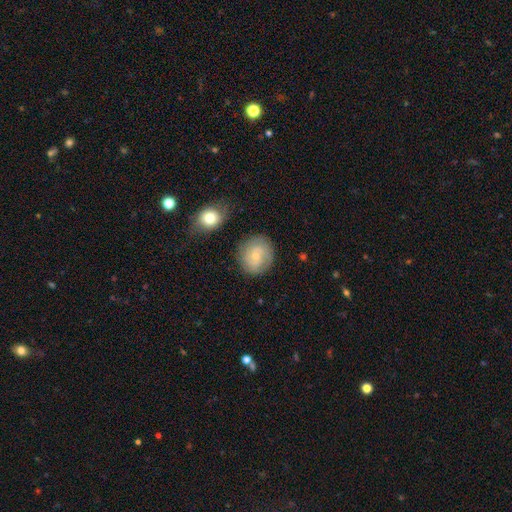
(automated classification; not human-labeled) smooth_or_featured: featured or disk (p=0.50) [alt: smooth p=0.42]
disk_edge_on: no (p=0.97) [alt: yes p=0.03]
merging: none (p=0.79) [alt: minor disturbance p=0.13]